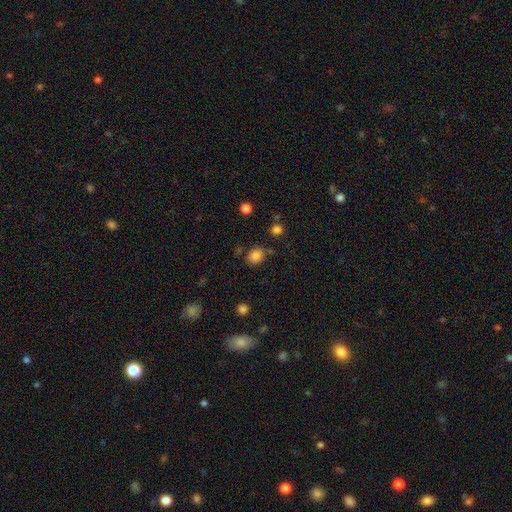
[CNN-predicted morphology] A smooth galaxy with no disk features (83%) that is round (66%). Merging: none (77%).